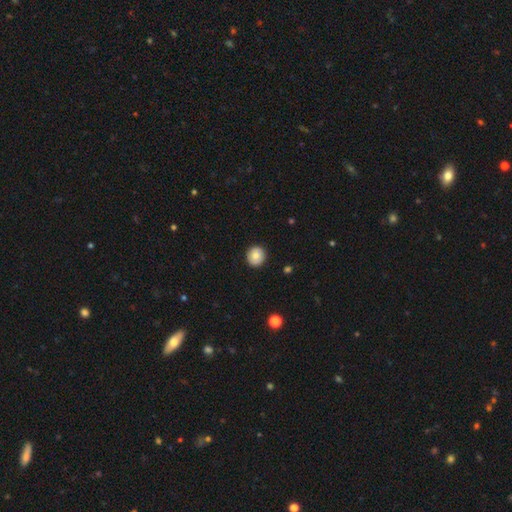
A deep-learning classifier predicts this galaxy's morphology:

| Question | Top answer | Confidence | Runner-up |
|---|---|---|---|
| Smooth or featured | smooth | 82% | featured or disk (9%) |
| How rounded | round | 90% | in between (9%) |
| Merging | none | 90% | minor disturbance (7%) |